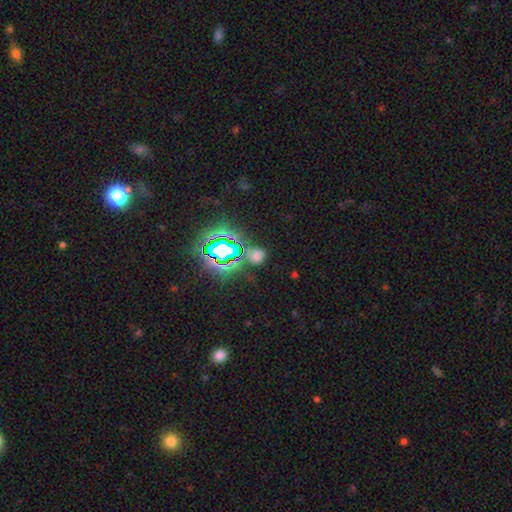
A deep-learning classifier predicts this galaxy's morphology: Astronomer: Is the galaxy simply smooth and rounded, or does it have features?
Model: star or artifact — 48% (runner-up: smooth, 44%).